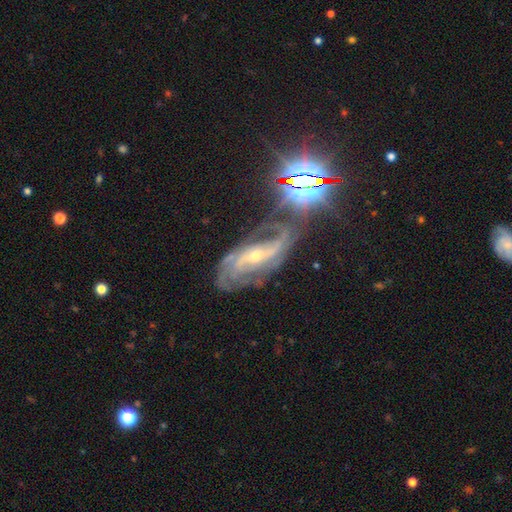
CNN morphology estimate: featured or disk 80%, star or artifact 15%, smooth 5%. Down the decision tree: edge-on disk — no (93%); bar — weak (35%, tied with no); spiral arms — yes (96%); spiral arm count — 2 (42%); spiral winding — medium (44%); bulge size — small (70%); merging — none (65%).